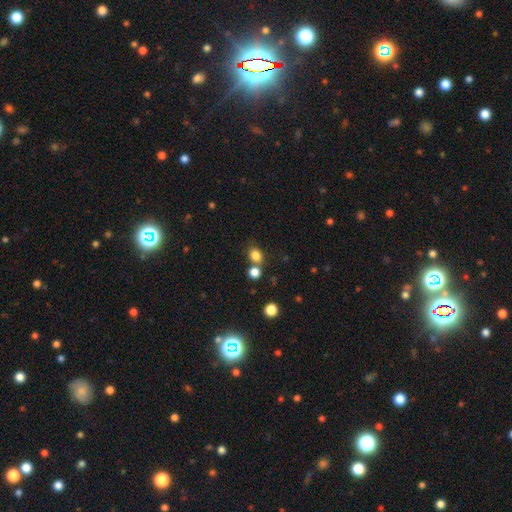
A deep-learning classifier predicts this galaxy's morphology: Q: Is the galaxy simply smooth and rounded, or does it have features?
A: smooth — 82%.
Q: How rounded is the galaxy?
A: round — 58%.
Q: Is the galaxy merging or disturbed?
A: none — 62%.